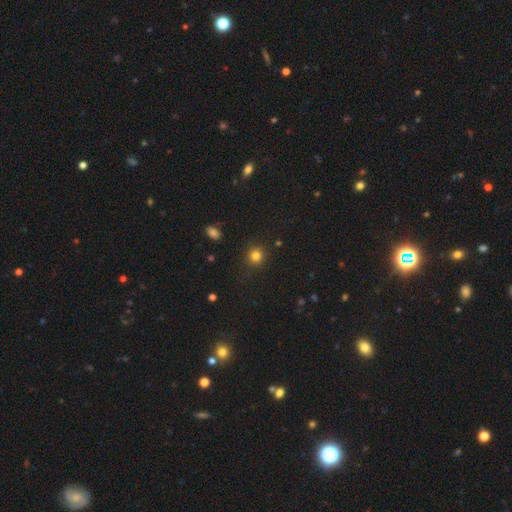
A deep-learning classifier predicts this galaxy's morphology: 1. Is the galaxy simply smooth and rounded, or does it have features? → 81% smooth, 14% star or artifact, 5% featured or disk.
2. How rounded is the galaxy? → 92% round, 7% in between, 1% cigar-shaped.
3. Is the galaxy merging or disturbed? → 90% none, 6% minor disturbance, 2% major disturbance, 1% merger.